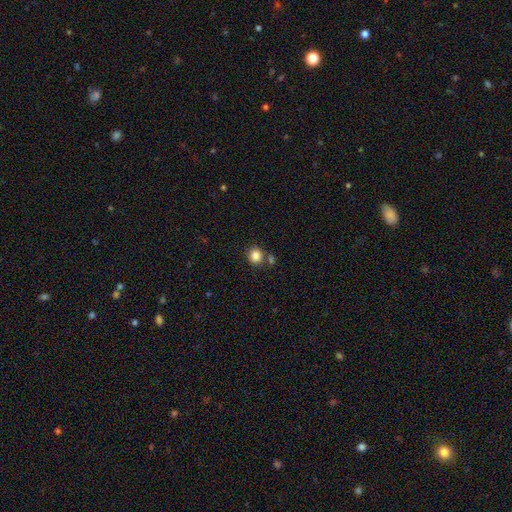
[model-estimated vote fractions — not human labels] Smooth or featured?
  - smooth: 85% *
  - star or artifact: 11%
  - featured or disk: 5%
How rounded?
  - round: 86% *
  - in between: 13%
  - cigar-shaped: 1%
Merging?
  - none: 74% *
  - merger: 14%
  - minor disturbance: 9%
  - major disturbance: 3%